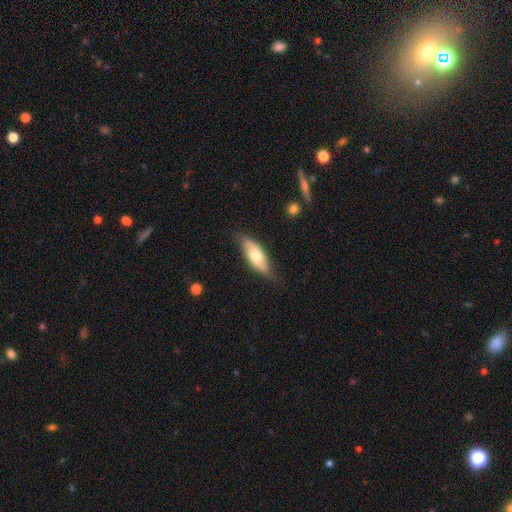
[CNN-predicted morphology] Overall: smooth (61%; featured or disk 33%). How rounded: in between (76%). Merging: none (75%).